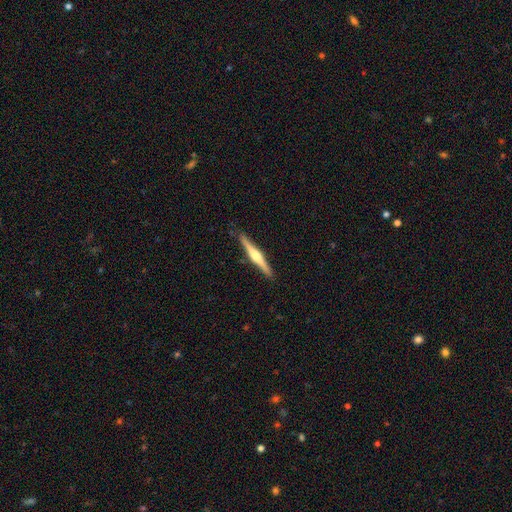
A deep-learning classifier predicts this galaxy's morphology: This appears to be a featured or disk galaxy (71%) viewed edge-on (98%) with a rounded central bulge (87%). Merging: none (89%).